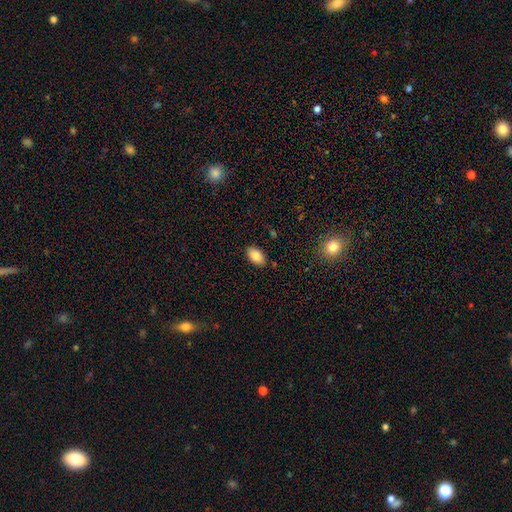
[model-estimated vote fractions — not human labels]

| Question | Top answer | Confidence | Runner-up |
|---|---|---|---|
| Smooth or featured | smooth | 84% | featured or disk (8%) |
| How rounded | in between | 93% | round (6%) |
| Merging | none | 86% | minor disturbance (10%) |